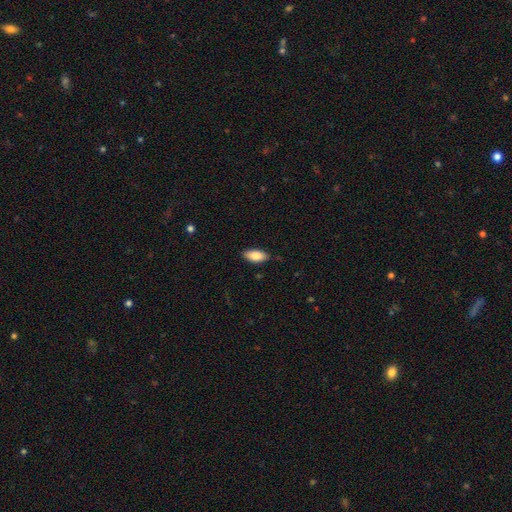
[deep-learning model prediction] Smooth or featured?
  - smooth: 85% *
  - featured or disk: 9%
  - star or artifact: 6%
How rounded?
  - in between: 89% *
  - cigar-shaped: 9%
  - round: 2%
Merging?
  - none: 84% *
  - minor disturbance: 13%
  - major disturbance: 2%
  - merger: 1%